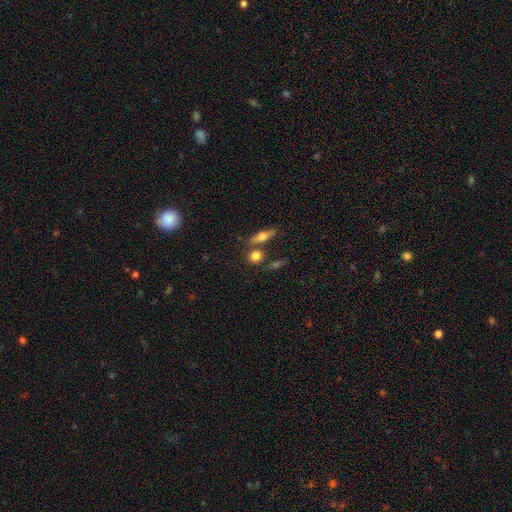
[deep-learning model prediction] The model was most divided on "how rounded": round: 67%, in between: 25%, cigar-shaped: 9%. More confident: smooth or featured — smooth (77%); merging — none (66%).